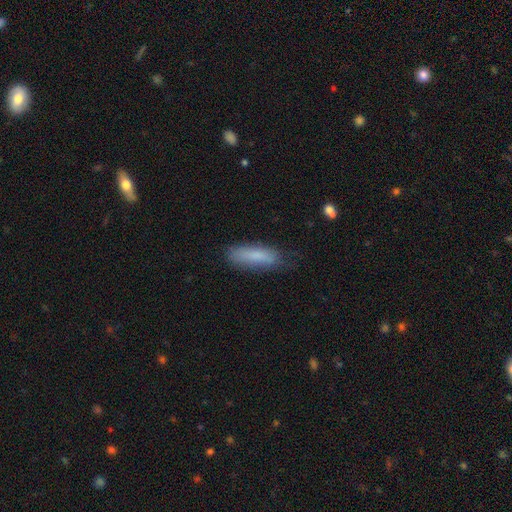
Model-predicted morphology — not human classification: type=smooth (80%); roundness=cigar-shaped (60%); merging=none (70%).